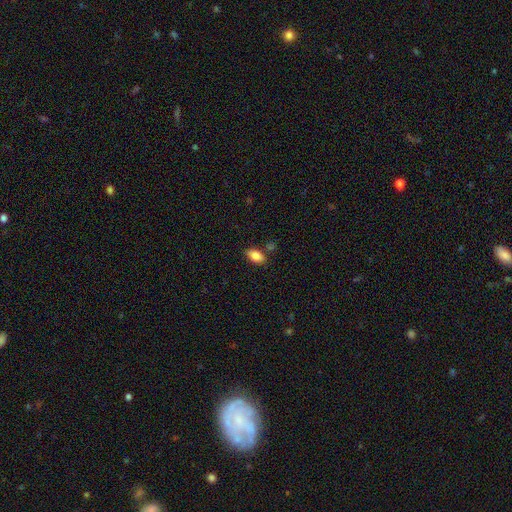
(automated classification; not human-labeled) This appears to be a smooth galaxy with no disk features (84%) that is in between round and cigar-shaped (91%). Merging: none (75%).